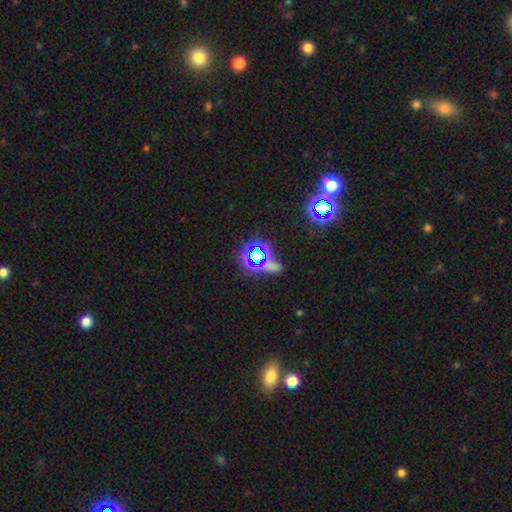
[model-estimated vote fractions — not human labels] Overall: star or artifact (67%).